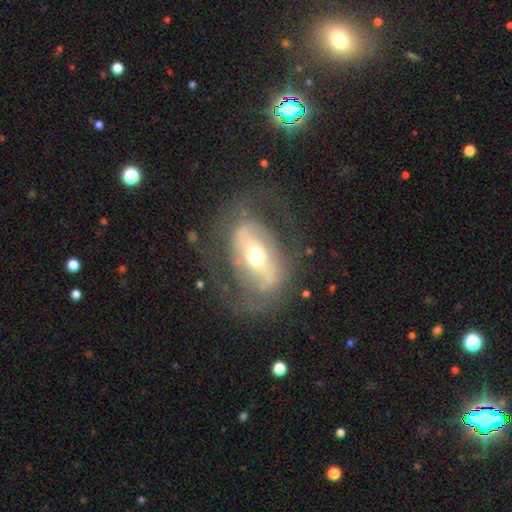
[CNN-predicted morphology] featured or disk 72%, smooth 22%, star or artifact 7%. Down the decision tree: edge-on disk — no (89%); bar — strong (50%); spiral arms — no (54%); bulge size — moderate (66%); merging — none (67%).